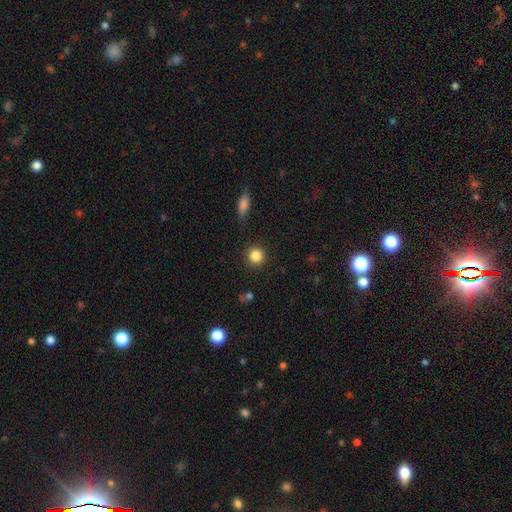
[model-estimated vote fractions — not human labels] Smooth or featured? smooth (85%)
How rounded? round (92%)
Merging? none (90%)